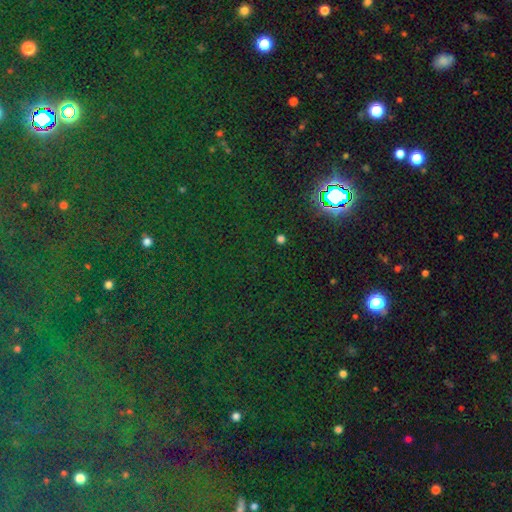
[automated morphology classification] Overall: star or artifact (81%).